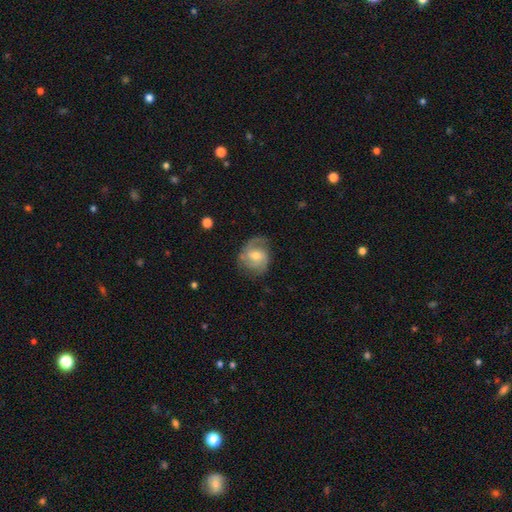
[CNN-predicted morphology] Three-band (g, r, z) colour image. It shows a featured or disk galaxy (73%) with no bar (55%), 2 (56%) medium (47%) spiral arms (93%) and a moderate central bulge (62%). Merging: none (67%).